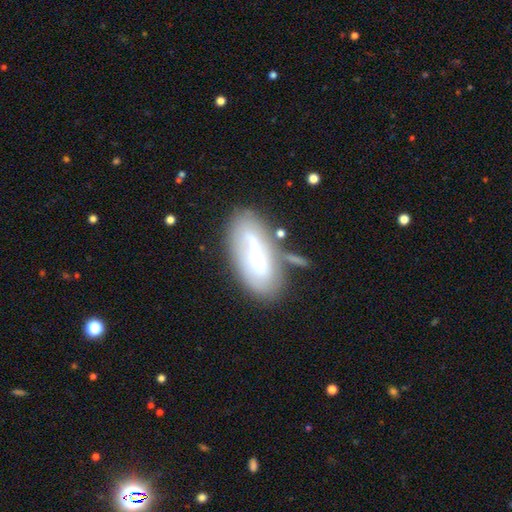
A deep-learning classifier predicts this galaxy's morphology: A featured or disk galaxy (63%) with a strong bar (51%), spiral arms (59%) and a moderate central bulge (42%). Merging: none (60%).